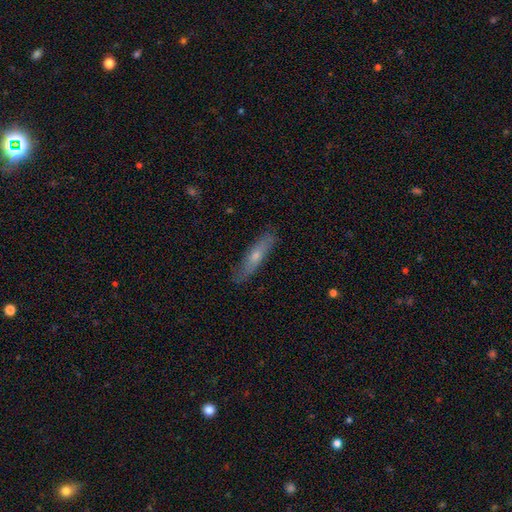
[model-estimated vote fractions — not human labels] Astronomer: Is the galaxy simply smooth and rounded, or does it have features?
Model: featured or disk — 47% (runner-up: smooth, 46%).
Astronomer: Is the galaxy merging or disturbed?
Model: none — 84%.